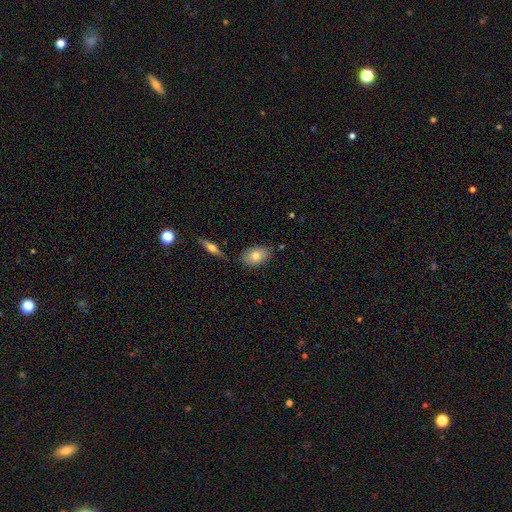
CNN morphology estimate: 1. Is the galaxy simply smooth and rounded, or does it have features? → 76% smooth, 17% featured or disk, 7% star or artifact.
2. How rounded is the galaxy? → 88% in between, 10% round, 3% cigar-shaped.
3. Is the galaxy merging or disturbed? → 78% none, 14% minor disturbance, 6% merger, 3% major disturbance.